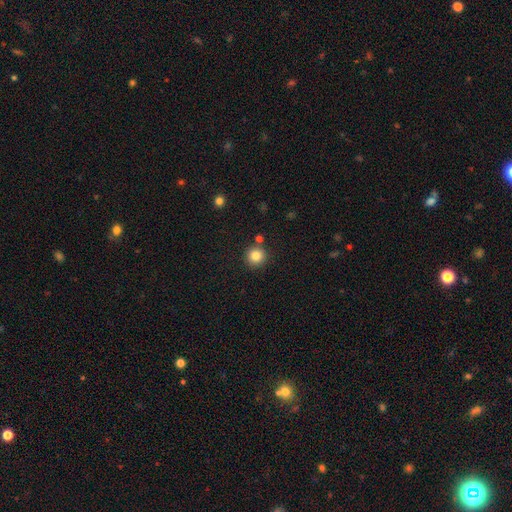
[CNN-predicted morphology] smooth_or_featured: smooth (p=0.83) [alt: star or artifact p=0.11]
how_rounded: round (p=0.95) [alt: in between p=0.04]
merging: none (p=0.86) [alt: minor disturbance p=0.07]